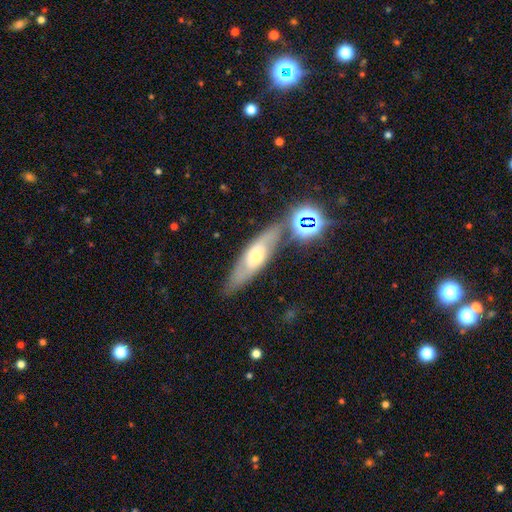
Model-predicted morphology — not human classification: This appears to be a featured or disk galaxy (51%). Merging: none (70%).